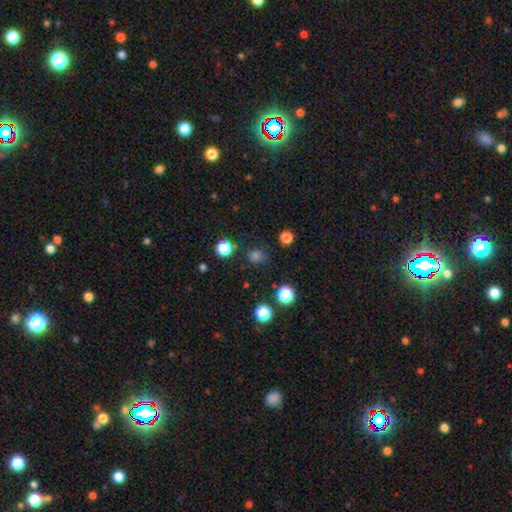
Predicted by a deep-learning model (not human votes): This is likely a smooth galaxy (75%). How rounded: clearly round (84%). Merging: clearly none (82%).